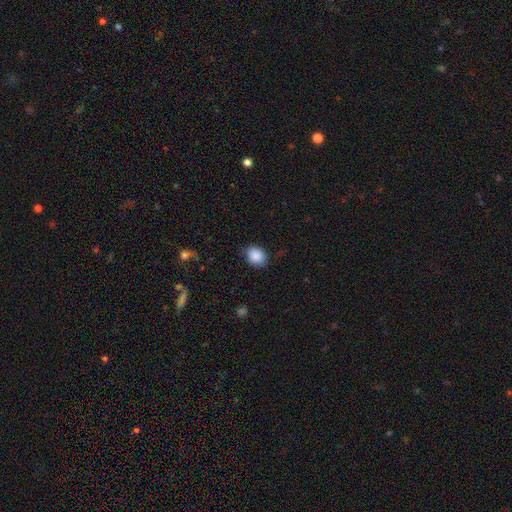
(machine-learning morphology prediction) type=smooth (88%); roundness=round (53%); merging=none (81%).